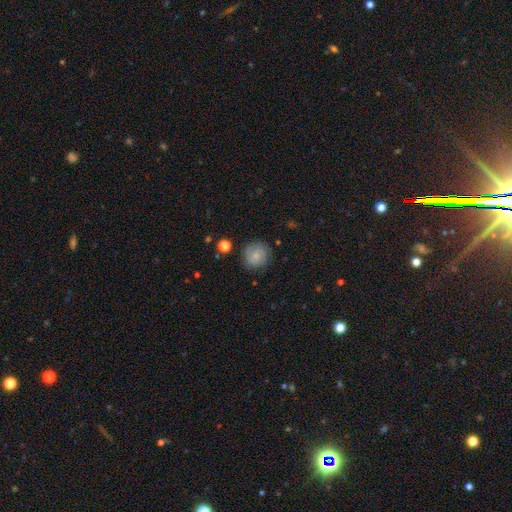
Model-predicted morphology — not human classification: This appears to be a smooth galaxy with no disk features (66%) that is round (88%). Merging: none (79%).